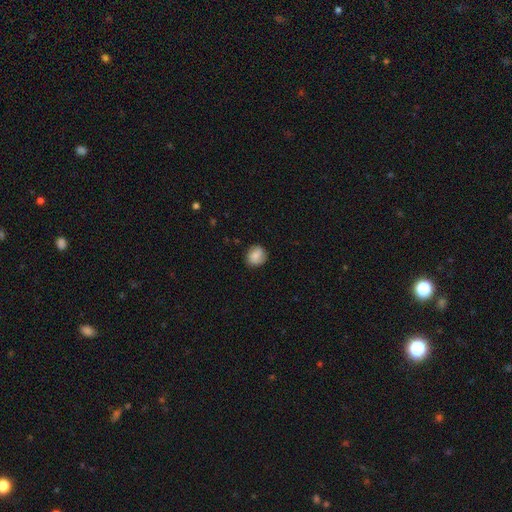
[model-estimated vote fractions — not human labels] smooth-or-featured: smooth: 81% | featured or disk: 11% | star or artifact: 8%
  how-rounded: round: 80% | in between: 19% | cigar-shaped: 1%
  merging: none: 83% | minor disturbance: 13% | major disturbance: 3% | merger: 1%